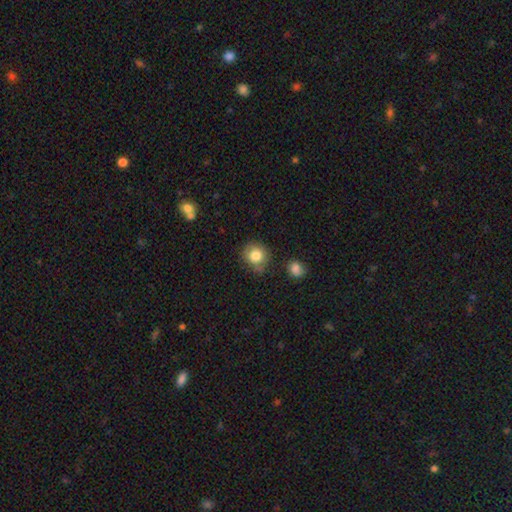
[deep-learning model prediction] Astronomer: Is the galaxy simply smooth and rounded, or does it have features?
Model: smooth — 83%.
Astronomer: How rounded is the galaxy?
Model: round — 84%.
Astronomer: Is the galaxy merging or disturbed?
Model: none — 72%.